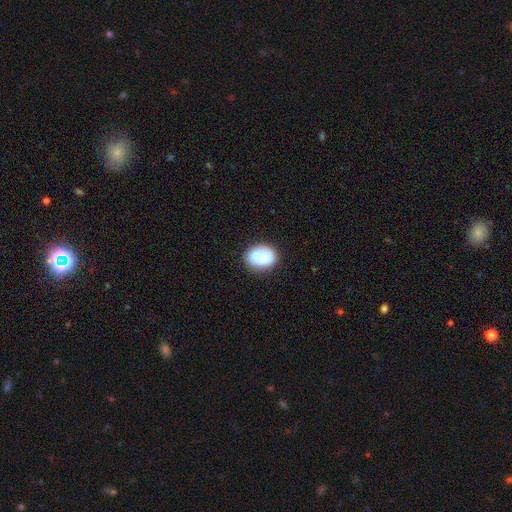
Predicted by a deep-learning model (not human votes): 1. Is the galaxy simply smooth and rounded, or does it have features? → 76% smooth, 16% featured or disk, 8% star or artifact.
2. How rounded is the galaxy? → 65% in between, 34% round, 1% cigar-shaped.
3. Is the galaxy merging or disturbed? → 65% none, 19% minor disturbance, 10% merger, 6% major disturbance.